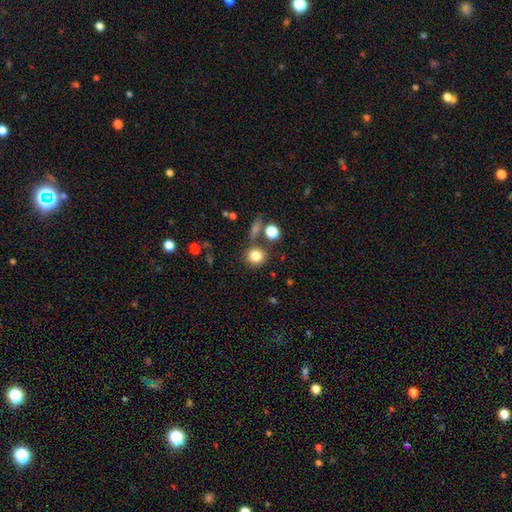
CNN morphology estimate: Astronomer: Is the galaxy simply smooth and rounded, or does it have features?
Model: smooth — 81%.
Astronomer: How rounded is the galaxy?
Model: round — 85%.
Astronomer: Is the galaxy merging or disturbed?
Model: none — 74%.